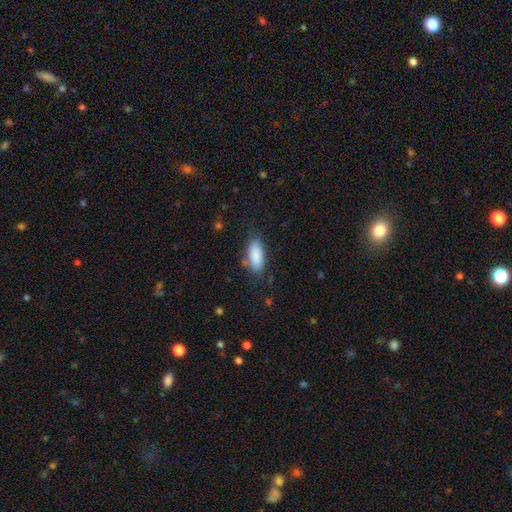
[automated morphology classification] Smooth or featured? Predicted: smooth (p=0.88). How rounded? Predicted: in between (p=0.86). Merging? Predicted: none (p=0.76).